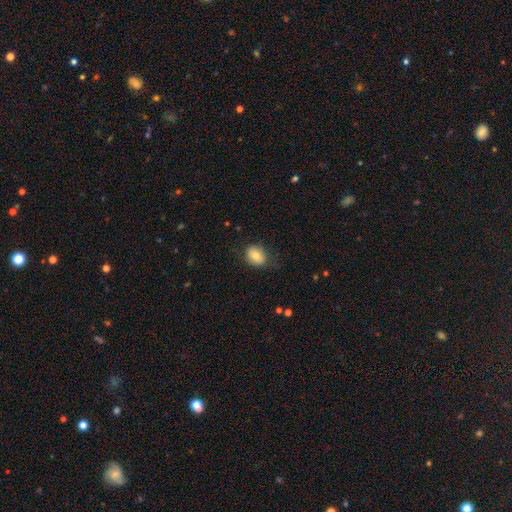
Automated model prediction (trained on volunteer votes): Smooth or featured? Predicted: smooth (p=0.78). How rounded? Predicted: in between (p=0.56). Merging? Predicted: none (p=0.72).